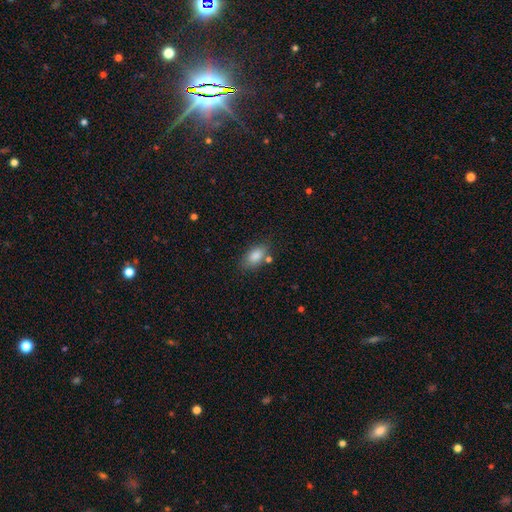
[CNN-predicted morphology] The model was most divided on "merging": none: 74%, minor disturbance: 15%, merger: 7%, major disturbance: 4%. More confident: how rounded — in between (88%); smooth or featured — smooth (84%).